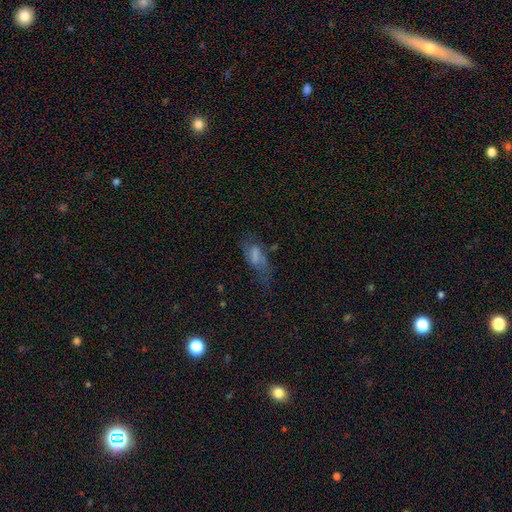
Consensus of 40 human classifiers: A smooth galaxy with no disk features (50%) that is in between round and cigar-shaped (75%).

Vote fractions:
- Smooth or featured? smooth: 50% / featured or disk: 38% / star or artifact: 12%
- How rounded? in between: 75% / cigar-shaped: 20% / round: 5%
- Merging? major disturbance: 54% / minor disturbance: 20% / none: 17% / merger: 9%